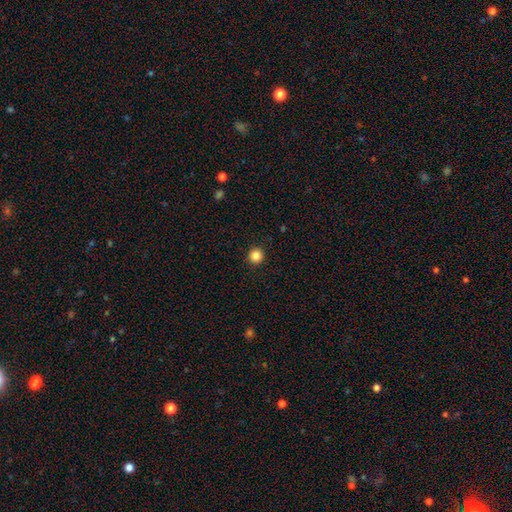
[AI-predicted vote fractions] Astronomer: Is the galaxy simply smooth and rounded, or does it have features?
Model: smooth — 85%.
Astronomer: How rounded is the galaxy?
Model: round — 95%.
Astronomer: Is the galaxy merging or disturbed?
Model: none — 93%.